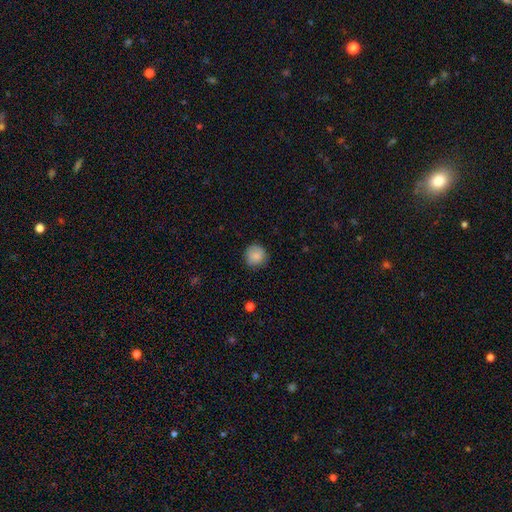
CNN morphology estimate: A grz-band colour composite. It shows a smooth galaxy with no disk features (85%) that is round (92%). Merging: none (83%).